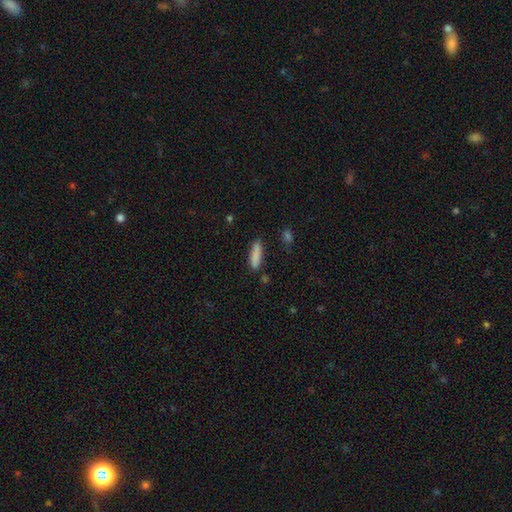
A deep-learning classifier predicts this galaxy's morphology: The model was most divided on "how rounded": cigar-shaped: 67%, in between: 31%, round: 2%. More confident: smooth or featured — smooth (86%); merging — none (80%).